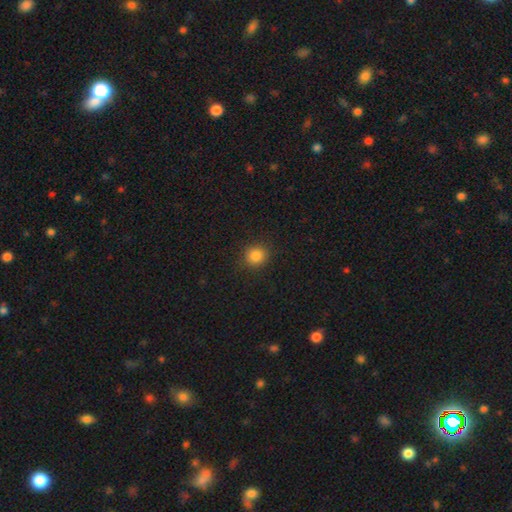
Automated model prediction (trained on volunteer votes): Overall: smooth (84%). How rounded: round (88%). Merging: none (89%).